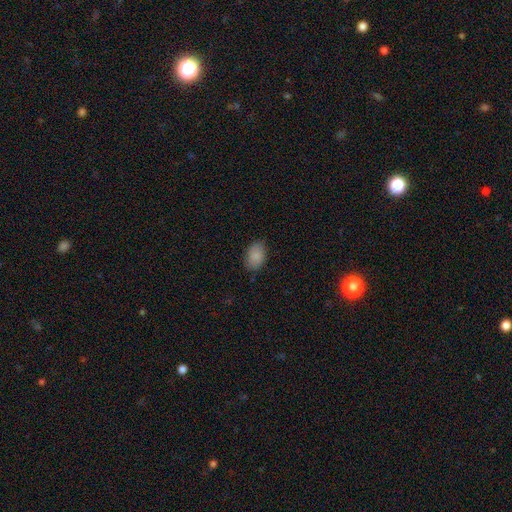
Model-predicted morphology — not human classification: Smooth or featured?
  - smooth: 88% *
  - star or artifact: 7%
  - featured or disk: 5%
How rounded?
  - in between: 87% *
  - round: 12%
  - cigar-shaped: 1%
Merging?
  - none: 82% *
  - minor disturbance: 14%
  - major disturbance: 3%
  - merger: 1%